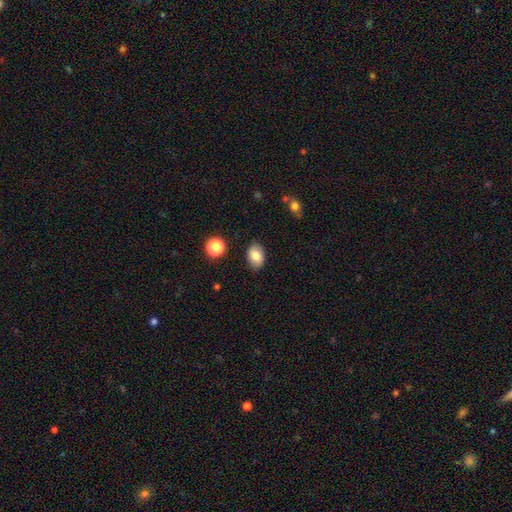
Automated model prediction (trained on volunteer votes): This appears to be a smooth galaxy with no disk features (82%) that is in between round and cigar-shaped (83%). Merging: none (85%).